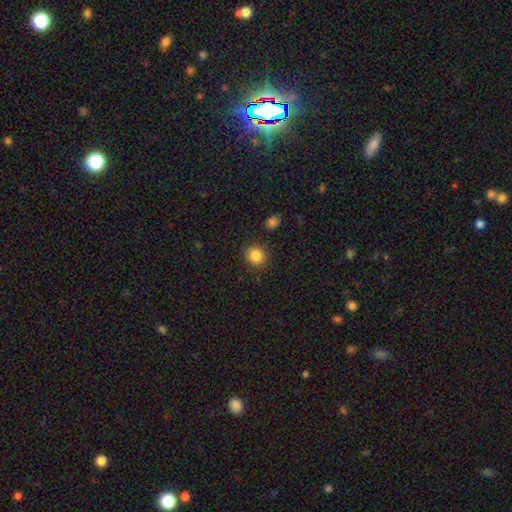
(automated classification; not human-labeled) smooth-or-featured: smooth: 86% | star or artifact: 10% | featured or disk: 4%
  how-rounded: round: 80% | in between: 19% | cigar-shaped: 1%
  merging: none: 88% | minor disturbance: 7% | major disturbance: 2% | merger: 2%